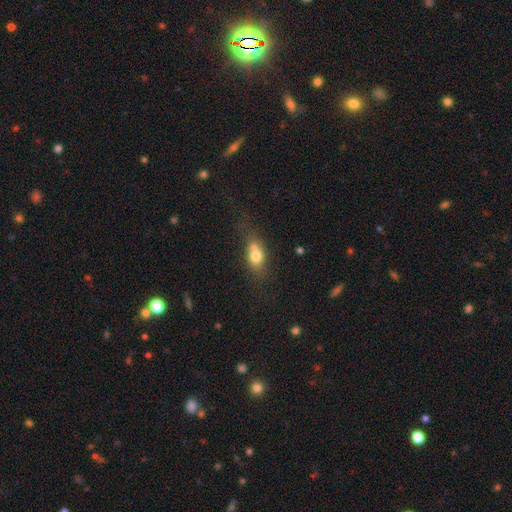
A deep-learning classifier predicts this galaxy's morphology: Smooth or featured: smooth — 72% (featured or disk — 18%)
How rounded: in between — 61% (round — 34%)
Merging: merger — 42% (none — 36%)